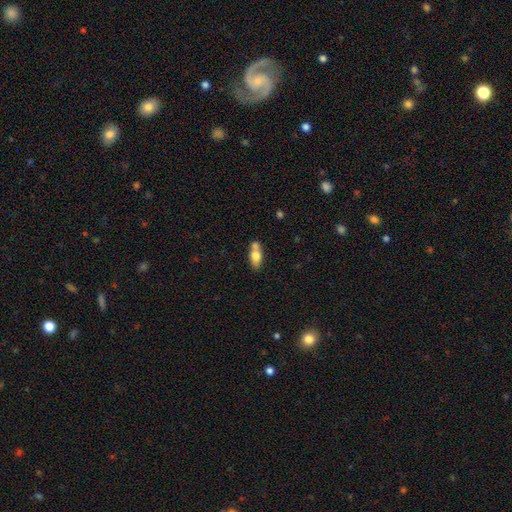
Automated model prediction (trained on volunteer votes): Smooth or featured?
  - smooth: 69% *
  - featured or disk: 24%
  - star or artifact: 7%
How rounded?
  - in between: 77% *
  - cigar-shaped: 18%
  - round: 5%
Merging?
  - none: 45% *
  - merger: 37%
  - minor disturbance: 14%
  - major disturbance: 4%